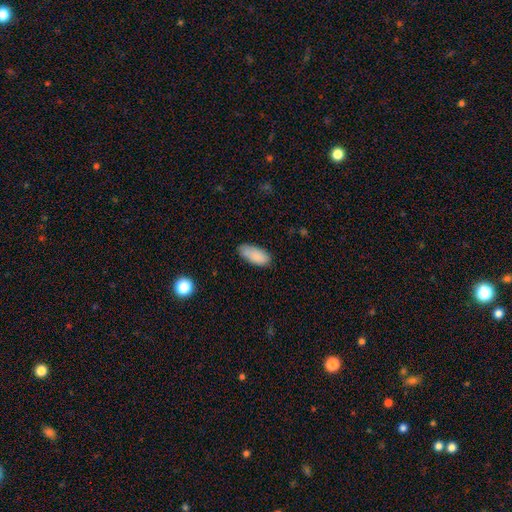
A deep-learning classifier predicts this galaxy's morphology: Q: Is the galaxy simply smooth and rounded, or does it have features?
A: smooth — 88%.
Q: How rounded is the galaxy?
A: in between — 90%.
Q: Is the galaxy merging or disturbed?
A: none — 77%.